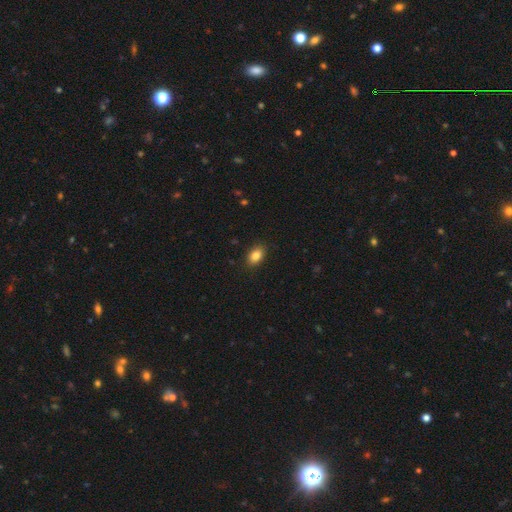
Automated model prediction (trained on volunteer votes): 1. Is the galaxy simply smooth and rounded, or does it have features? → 86% smooth, 9% star or artifact, 5% featured or disk.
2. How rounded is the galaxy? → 85% in between, 14% round, 2% cigar-shaped.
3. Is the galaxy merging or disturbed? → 88% none, 9% minor disturbance, 2% major disturbance, 1% merger.